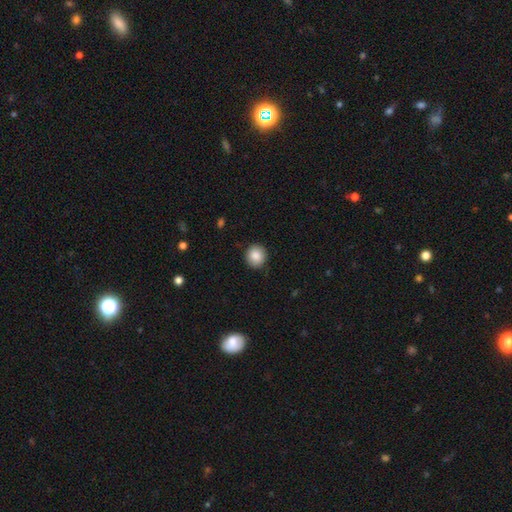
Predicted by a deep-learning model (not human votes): This is clearly a smooth galaxy (87%). How rounded: clearly round (88%). Merging: clearly none (89%).